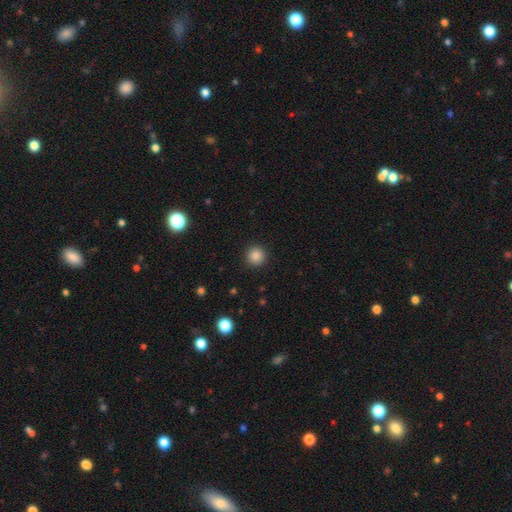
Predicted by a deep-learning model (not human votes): Overall: smooth (86%). How rounded: round (95%). Merging: none (92%).